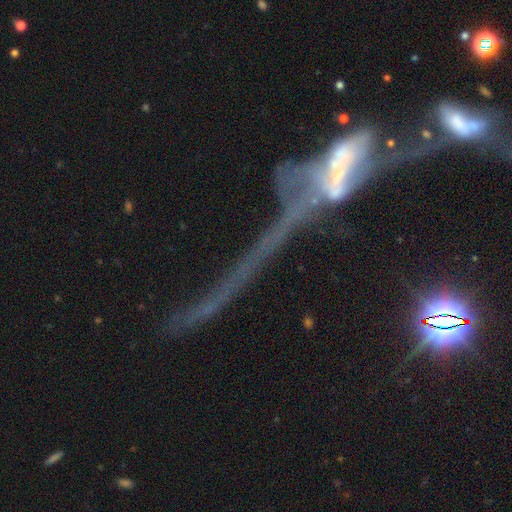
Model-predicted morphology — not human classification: The model was most divided on "merging": merger: 44%, major disturbance: 35%, none: 13%, minor disturbance: 8%. More confident: edge-on disk — no (61%); smooth or featured — featured or disk (60%).